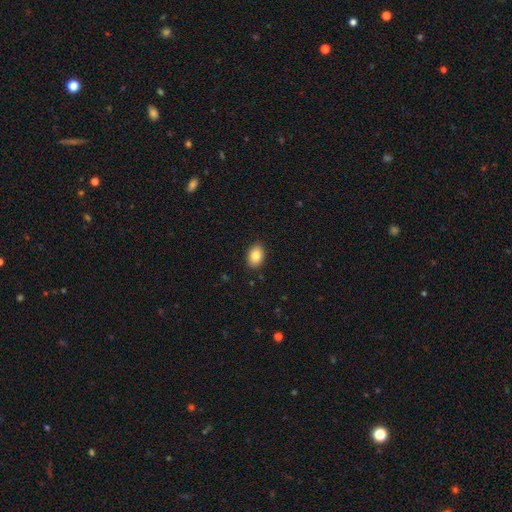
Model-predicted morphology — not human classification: A smooth galaxy with no disk features (85%) that is in between round and cigar-shaped (82%).

Vote fractions:
- Smooth or featured? smooth: 85% / star or artifact: 8% / featured or disk: 7%
- How rounded? in between: 82% / round: 17% / cigar-shaped: 1%
- Merging? none: 89% / minor disturbance: 8% / major disturbance: 2% / merger: 1%